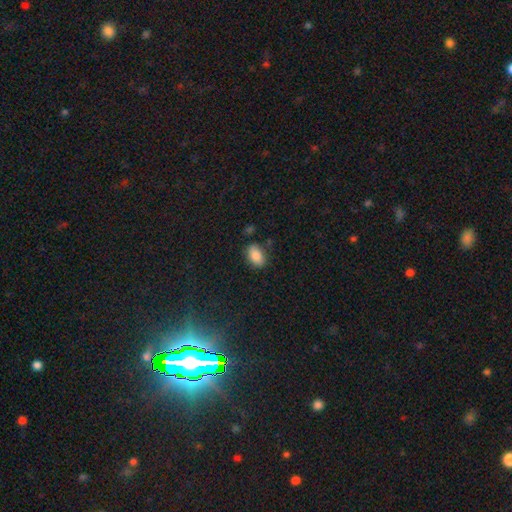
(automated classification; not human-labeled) The model was most divided on "merging": none: 80%, minor disturbance: 14%, major disturbance: 3%, merger: 3%. More confident: how rounded — in between (90%); smooth or featured — smooth (86%).